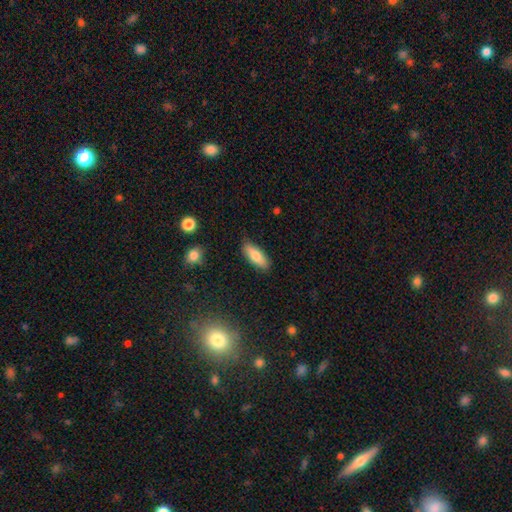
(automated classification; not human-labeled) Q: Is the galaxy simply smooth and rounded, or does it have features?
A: smooth — 78%.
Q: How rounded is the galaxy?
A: in between — 68%.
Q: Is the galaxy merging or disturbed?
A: none — 86%.